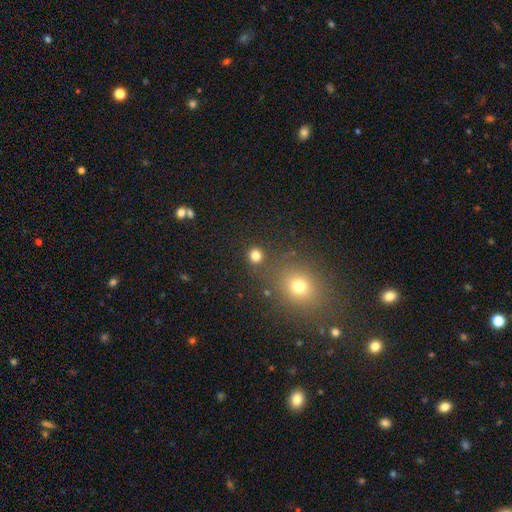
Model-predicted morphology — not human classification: Smooth or featured? Predicted: smooth (p=0.79). How rounded? Predicted: round (p=0.89). Merging? Predicted: none (p=0.84).